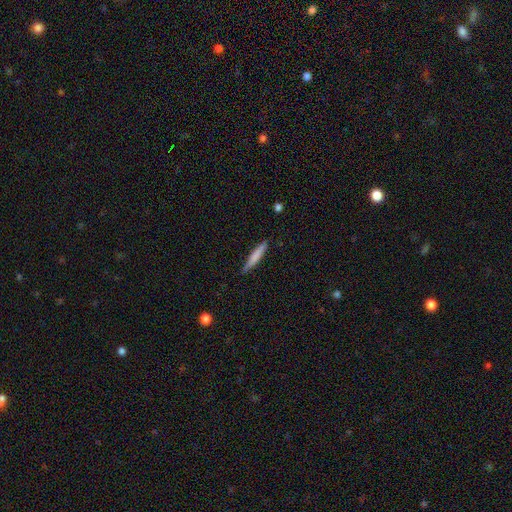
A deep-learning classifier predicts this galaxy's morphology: type=smooth (73%); roundness=cigar-shaped (93%); merging=none (85%).